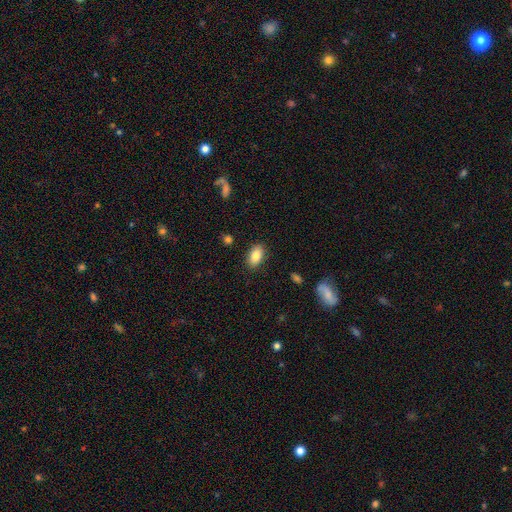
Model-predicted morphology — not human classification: A smooth galaxy with no disk features (84%) that is in between round and cigar-shaped (92%). Merging: none (87%).